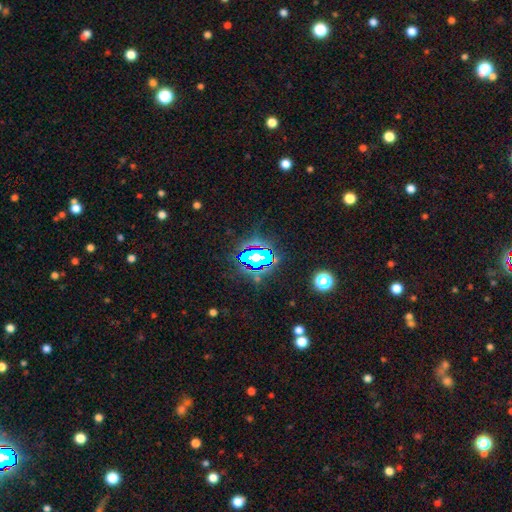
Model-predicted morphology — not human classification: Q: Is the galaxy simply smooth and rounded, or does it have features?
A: star or artifact — 74%.